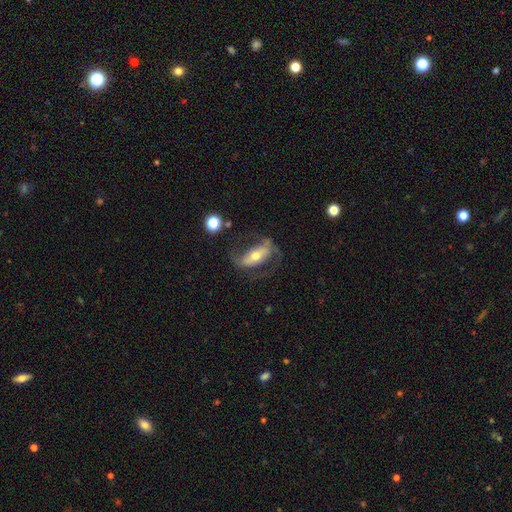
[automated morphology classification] Smooth or featured? featured or disk (70%)
Edge-on disk? no (85%)
Bar? strong (56%)
Spiral arms? yes (74%)
Bulge size? moderate (57%)
Merging? none (56%)